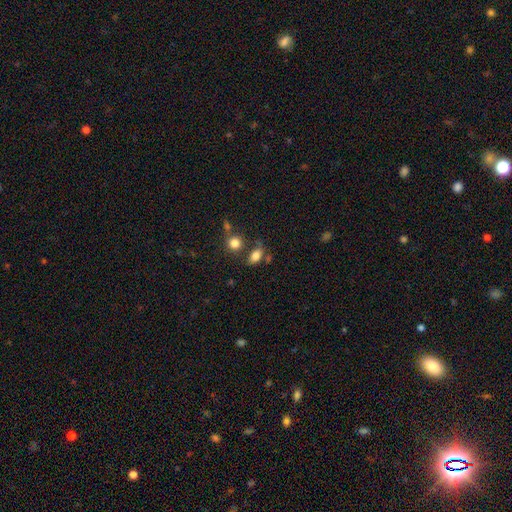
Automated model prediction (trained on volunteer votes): Smooth or featured? smooth (81%)
How rounded? in between (79%)
Merging? none (55%)